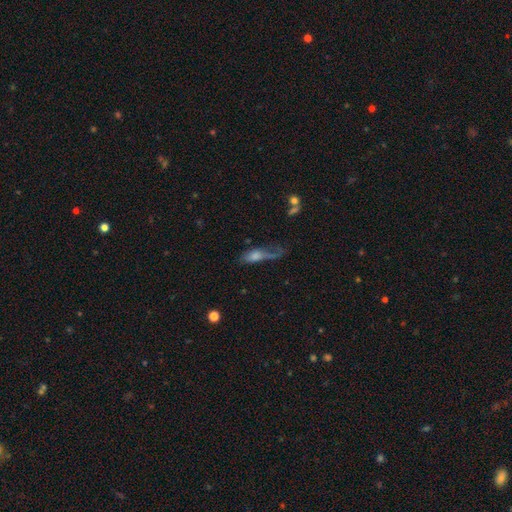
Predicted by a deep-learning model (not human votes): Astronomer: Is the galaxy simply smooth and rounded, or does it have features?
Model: smooth — 47% (runner-up: featured or disk, 40%).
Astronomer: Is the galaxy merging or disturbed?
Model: major disturbance — 43% (runner-up: none, 28%).